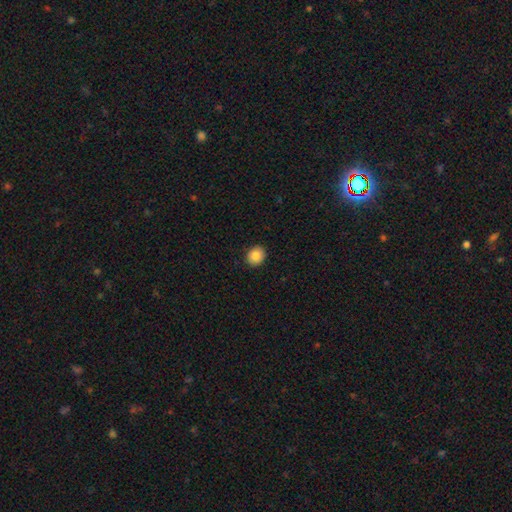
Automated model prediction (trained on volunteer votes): Overall: smooth (86%). How rounded: round (70%). Merging: none (91%).